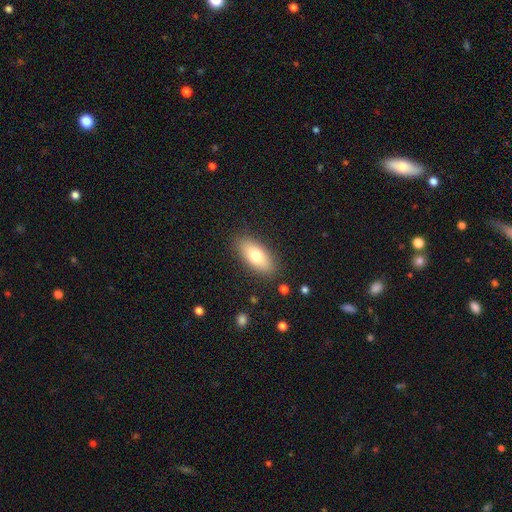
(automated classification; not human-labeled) A smooth galaxy with no disk features (73%) that is in between round and cigar-shaped (85%).

Vote fractions:
- Smooth or featured? smooth: 73% / featured or disk: 20% / star or artifact: 7%
- How rounded? in between: 85% / cigar-shaped: 12% / round: 3%
- Merging? none: 86% / minor disturbance: 10% / major disturbance: 3% / merger: 1%